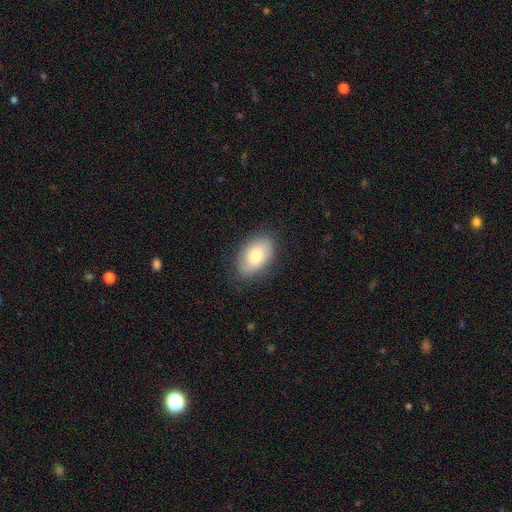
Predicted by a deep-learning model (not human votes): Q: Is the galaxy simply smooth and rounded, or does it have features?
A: smooth — 75%.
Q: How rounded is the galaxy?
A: in between — 91%.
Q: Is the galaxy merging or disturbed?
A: none — 82%.